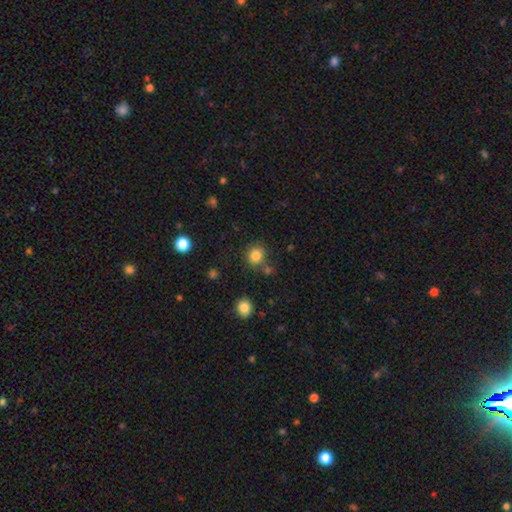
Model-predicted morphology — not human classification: This is clearly a smooth galaxy (83%). How rounded: clearly round (84%). Merging: likely none (76%).